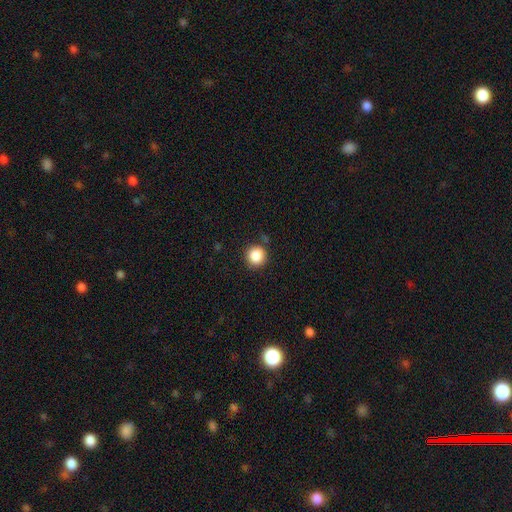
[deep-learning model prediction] smooth_or_featured: smooth (p=0.86) [alt: star or artifact p=0.10]
how_rounded: round (p=0.93) [alt: in between p=0.06]
merging: none (p=0.83) [alt: minor disturbance p=0.11]